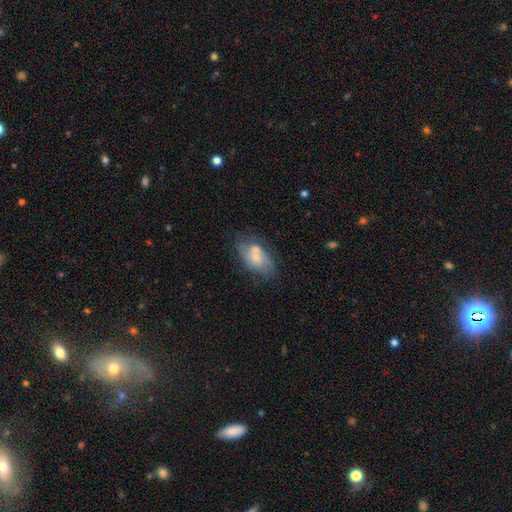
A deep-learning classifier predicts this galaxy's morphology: Overall: smooth (54%; featured or disk 38%). How rounded: in between (89%). Merging: none (46%; merger 25%).